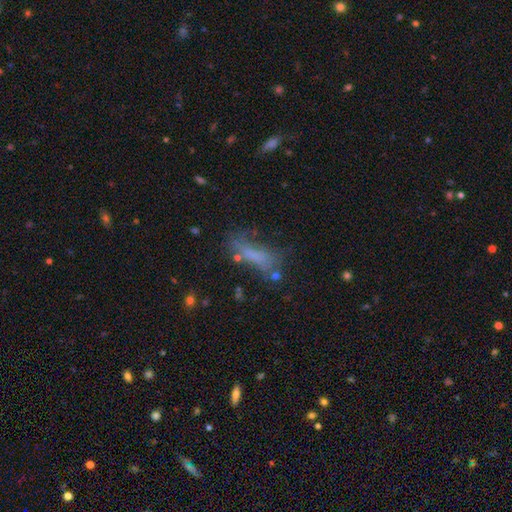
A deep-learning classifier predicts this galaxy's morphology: This appears to be a smooth galaxy with no disk features (56%) that is cigar-shaped (49%). Merging: none (46%).